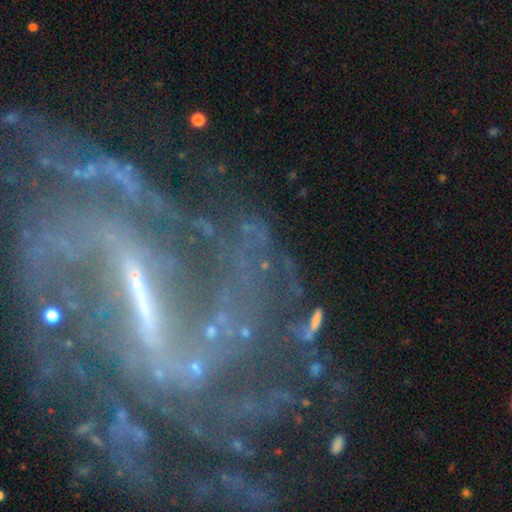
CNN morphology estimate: smooth_or_featured: featured or disk (p=0.87) [alt: star or artifact p=0.09]
disk_edge_on: no (p=0.94) [alt: yes p=0.06]
bar: strong (p=0.74) [alt: weak p=0.18]
has_spiral_arms: yes (p=0.92) [alt: no p=0.08]
spiral_winding: medium (p=0.40) [alt: tight p=0.34]
spiral_arm_count: 2 (p=0.45) [alt: can't tell p=0.19]
bulge_size: small (p=0.56) [alt: none p=0.21]
merging: none (p=0.57) [alt: major disturbance p=0.21]